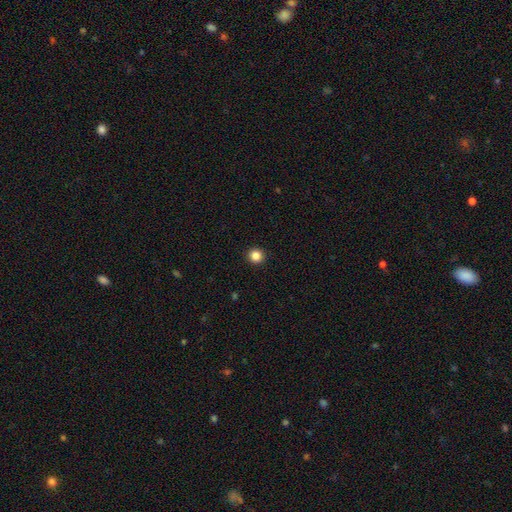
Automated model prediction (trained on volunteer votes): A smooth galaxy with no disk features (85%) that is round (94%).

Vote fractions:
- Smooth or featured? smooth: 85% / star or artifact: 12% / featured or disk: 4%
- How rounded? round: 94% / in between: 5% / cigar-shaped: 1%
- Merging? none: 93% / minor disturbance: 4% / major disturbance: 2% / merger: 1%